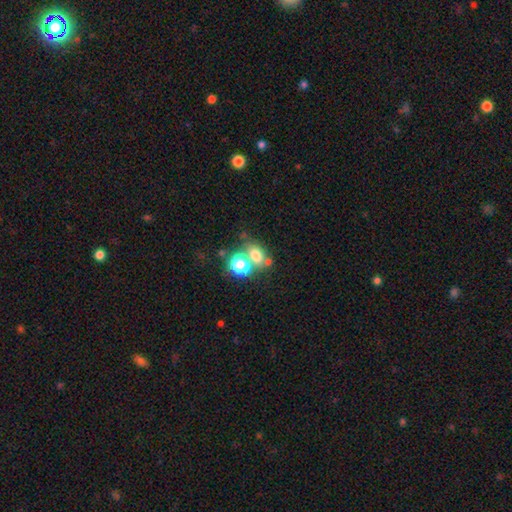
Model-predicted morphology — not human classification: smooth 68%, star or artifact 19%, featured or disk 13%. Down the decision tree: how rounded — in between (54%); merging — none (50%).